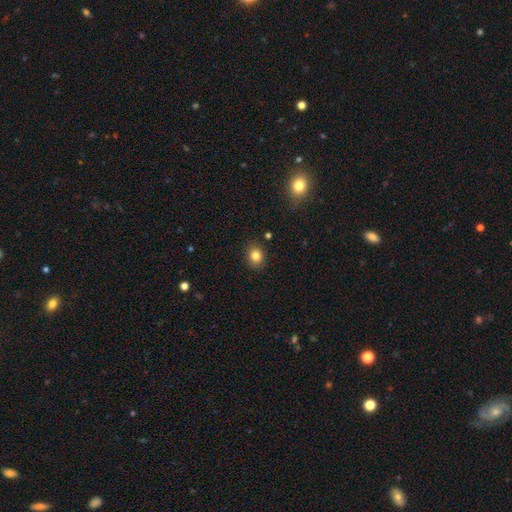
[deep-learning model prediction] The model was most divided on "how rounded": round: 65%, in between: 34%, cigar-shaped: 1%. More confident: merging — none (86%); smooth or featured — smooth (82%).